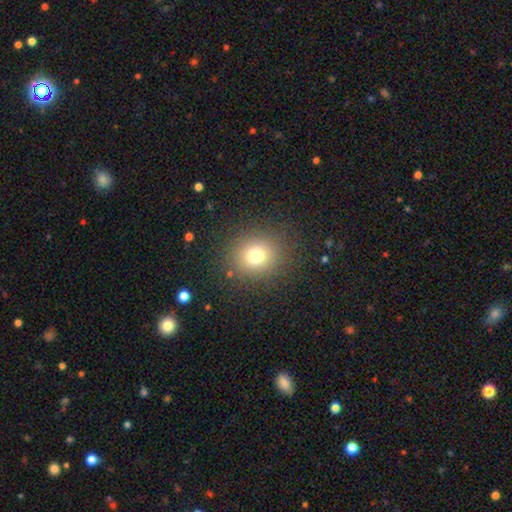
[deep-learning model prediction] A smooth galaxy with no disk features (74%) that is round (81%). Merging: none (86%).